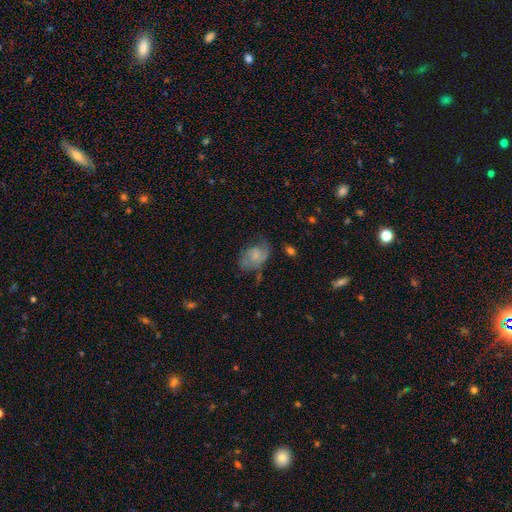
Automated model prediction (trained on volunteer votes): Smooth or featured? Predicted: smooth (p=0.47). Merging? Predicted: none (p=0.45).